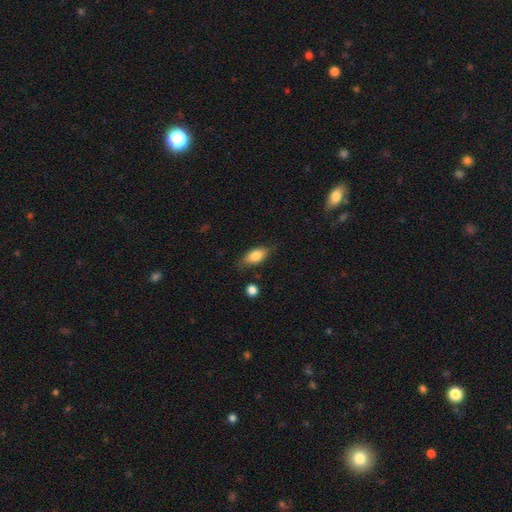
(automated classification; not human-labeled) Smooth or featured?
  - smooth: 79% *
  - featured or disk: 14%
  - star or artifact: 7%
How rounded?
  - in between: 85% *
  - cigar-shaped: 11%
  - round: 4%
Merging?
  - none: 76% *
  - minor disturbance: 18%
  - major disturbance: 4%
  - merger: 3%